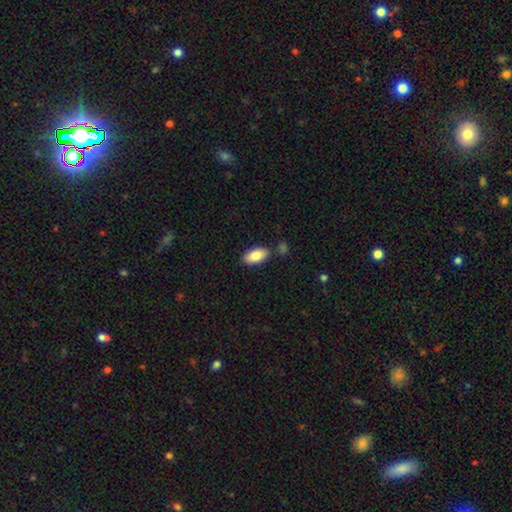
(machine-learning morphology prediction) A smooth galaxy with no disk features (83%) that is in between round and cigar-shaped (92%).

Vote fractions:
- Smooth or featured? smooth: 83% / featured or disk: 10% / star or artifact: 6%
- How rounded? in between: 92% / cigar-shaped: 5% / round: 2%
- Merging? none: 80% / minor disturbance: 11% / merger: 6% / major disturbance: 2%